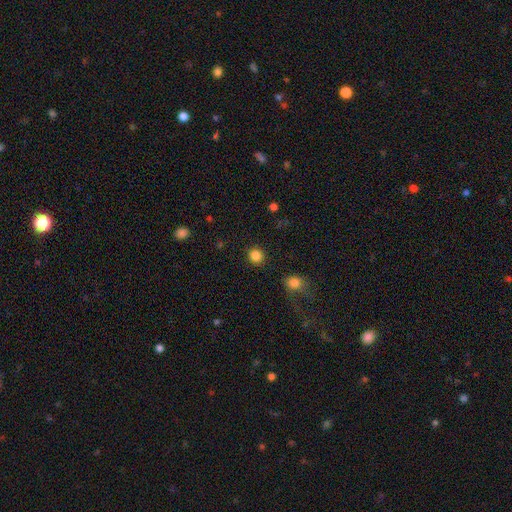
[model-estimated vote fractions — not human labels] smooth 86%, star or artifact 11%, featured or disk 4%. Down the decision tree: how rounded — round (89%); merging — none (91%).